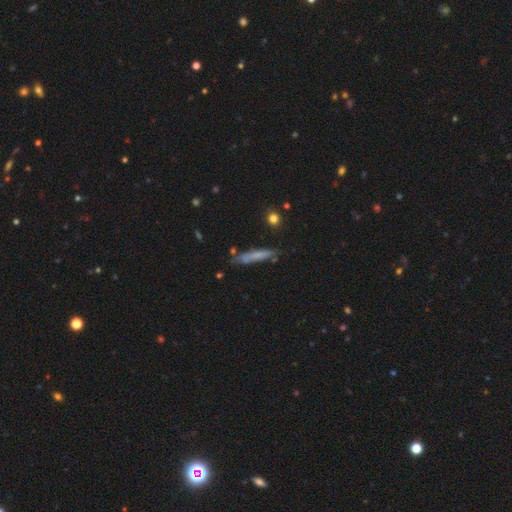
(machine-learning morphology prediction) Smooth or featured? Predicted: smooth (p=0.61). How rounded? Predicted: cigar-shaped (p=0.90). Merging? Predicted: none (p=0.72).